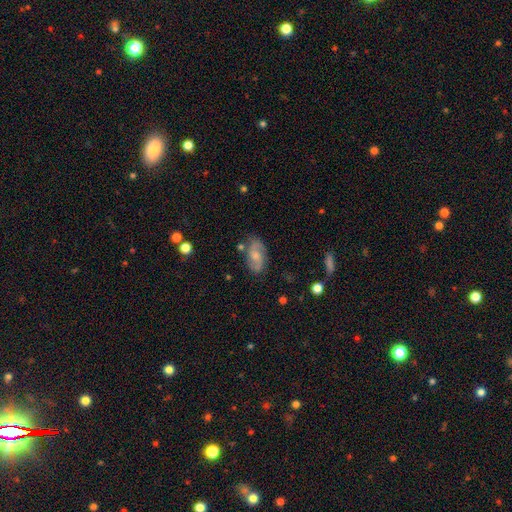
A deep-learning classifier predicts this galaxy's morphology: Smooth or featured? Predicted: featured or disk (p=0.61). Edge-on disk? Predicted: no (p=0.95). Bar? Predicted: no (p=0.56). Spiral arms? Predicted: yes (p=0.88). Spiral winding? Predicted: medium (p=0.48). Spiral arm count? Predicted: 2 (p=0.86). Bulge size? Predicted: moderate (p=0.48). Merging? Predicted: none (p=0.75).